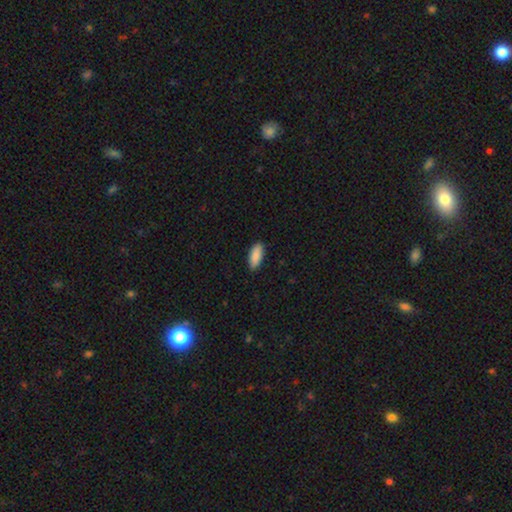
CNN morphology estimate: smooth-or-featured: smooth: 90% | star or artifact: 6% | featured or disk: 4%
  how-rounded: in between: 80% | cigar-shaped: 18% | round: 2%
  merging: none: 88% | minor disturbance: 9% | major disturbance: 2% | merger: 1%